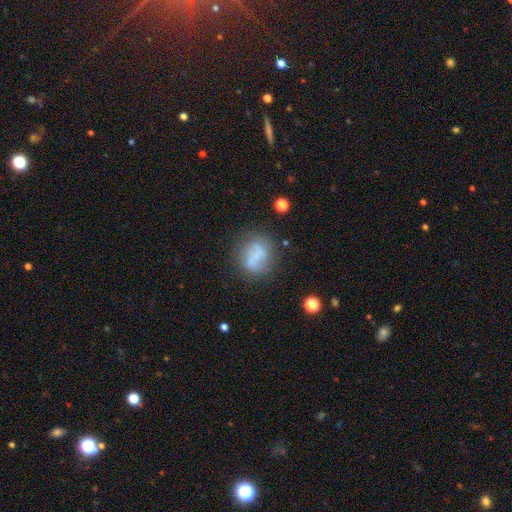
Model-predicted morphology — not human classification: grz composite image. It shows a smooth galaxy with no disk features (59%) that is round (58%). Merging: none (57%).